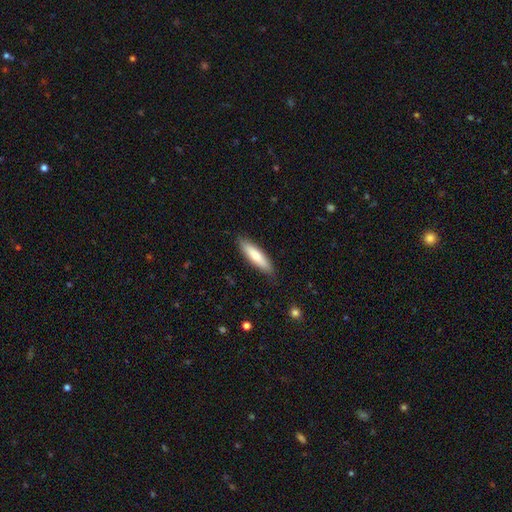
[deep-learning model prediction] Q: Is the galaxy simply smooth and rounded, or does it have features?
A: smooth — 75%.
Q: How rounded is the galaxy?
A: cigar-shaped — 70%.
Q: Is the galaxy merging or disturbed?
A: none — 86%.